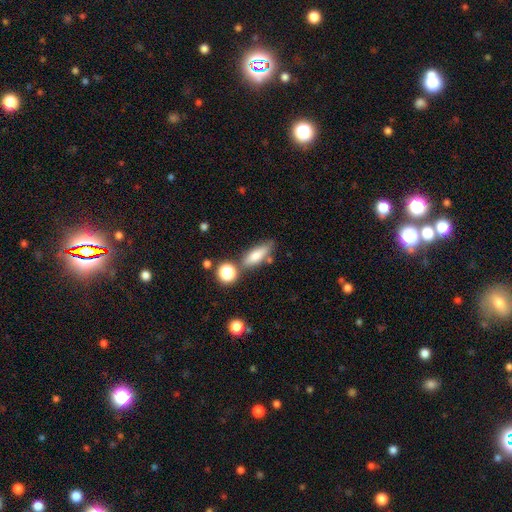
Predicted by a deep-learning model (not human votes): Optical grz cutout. It shows a smooth galaxy with no disk features (72%) that is in between round and cigar-shaped (53%). Merging: none (63%).